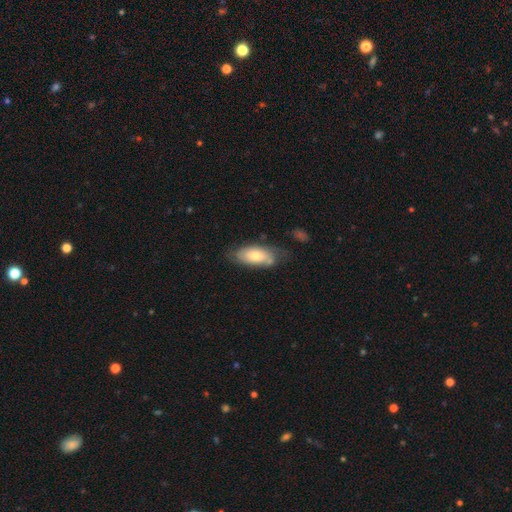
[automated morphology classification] Smooth or featured? smooth (64%)
How rounded? in between (87%)
Merging? none (56%)